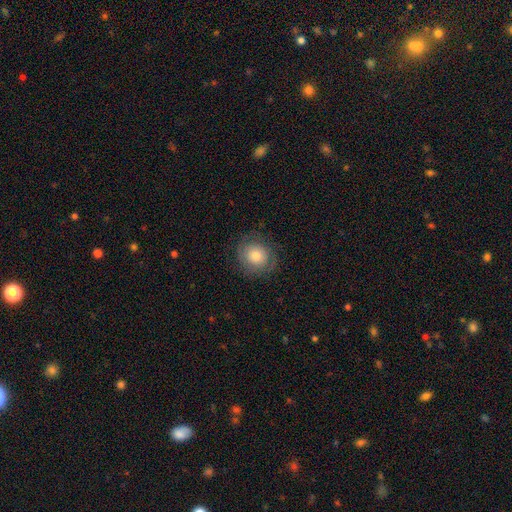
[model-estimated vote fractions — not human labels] This is likely a smooth galaxy (69%). How rounded: clearly round (86%). Merging: clearly none (80%).